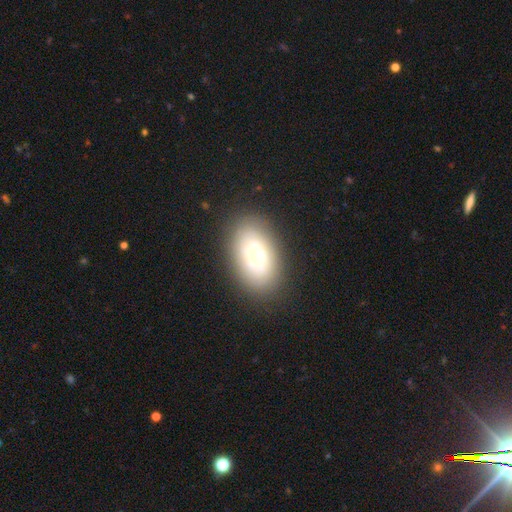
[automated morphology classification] The model was most divided on "smooth or featured": smooth: 62%, featured or disk: 29%, star or artifact: 10%. More confident: how rounded — in between (87%); merging — none (82%).